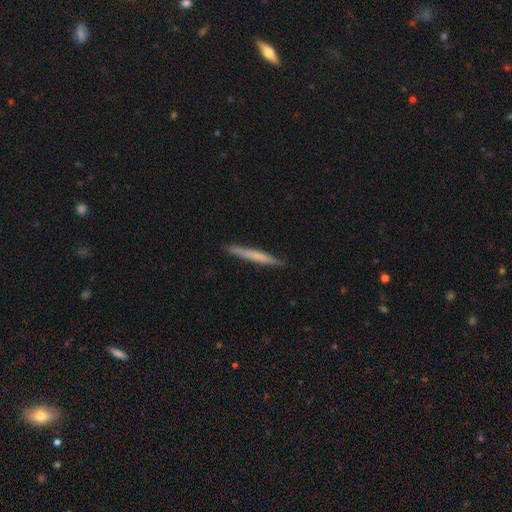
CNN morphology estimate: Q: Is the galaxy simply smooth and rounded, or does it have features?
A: smooth — 56%.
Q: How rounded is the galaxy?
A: cigar-shaped — 97%.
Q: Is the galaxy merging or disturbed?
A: none — 90%.